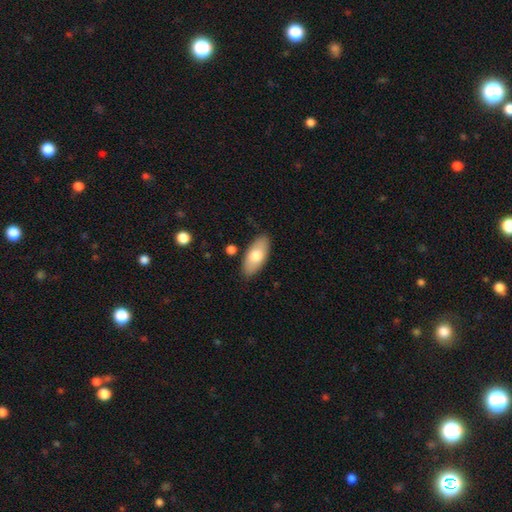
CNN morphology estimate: Smooth or featured: smooth — 72% (featured or disk — 22%)
How rounded: in between — 88% (cigar-shaped — 9%)
Merging: none — 85% (minor disturbance — 10%)